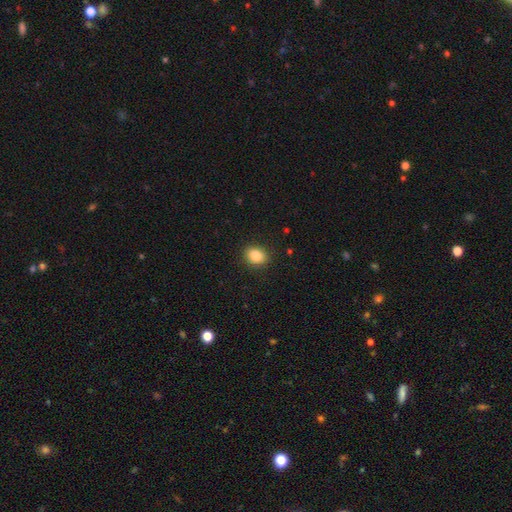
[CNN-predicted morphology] This is clearly a smooth galaxy (84%). How rounded: possibly in between (51%). Merging: clearly none (89%).